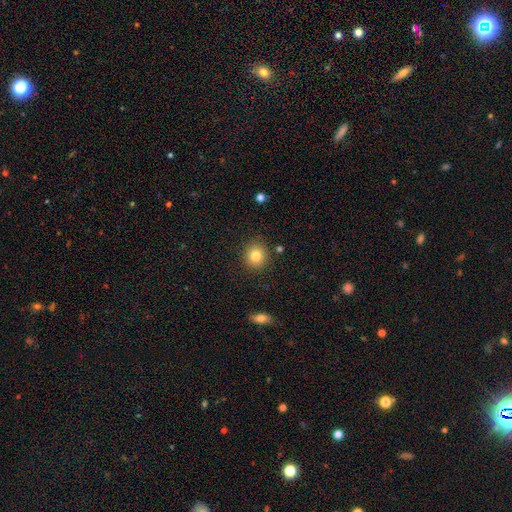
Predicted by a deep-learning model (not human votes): The model was most divided on "smooth or featured": smooth: 82%, star or artifact: 11%, featured or disk: 7%. More confident: merging — none (88%); how rounded — round (88%).